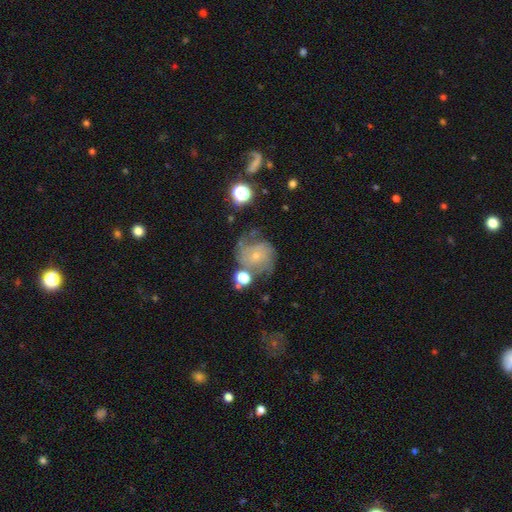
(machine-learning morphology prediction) Overall: featured or disk (71%). Edge-on disk: no (98%). Bar: no (76%). Spiral arms: yes (90%). Spiral arm count: 2 (35%; can't tell 30%). Spiral winding: tight (44%; medium 39%). Bulge size: small (77%). Merging: none (52%; minor disturbance 22%).